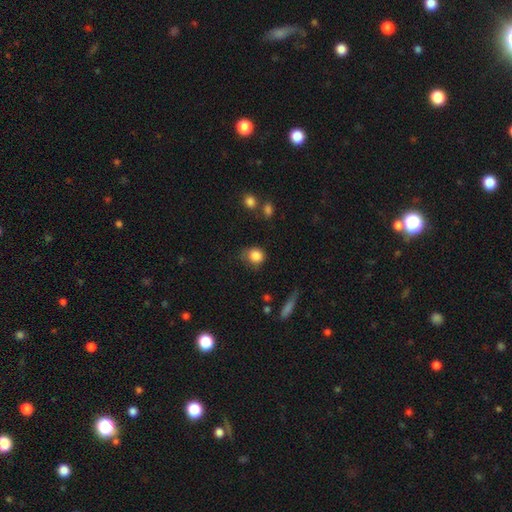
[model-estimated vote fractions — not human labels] Overall: smooth (85%). How rounded: round (71%). Merging: none (52%; minor disturbance 33%).